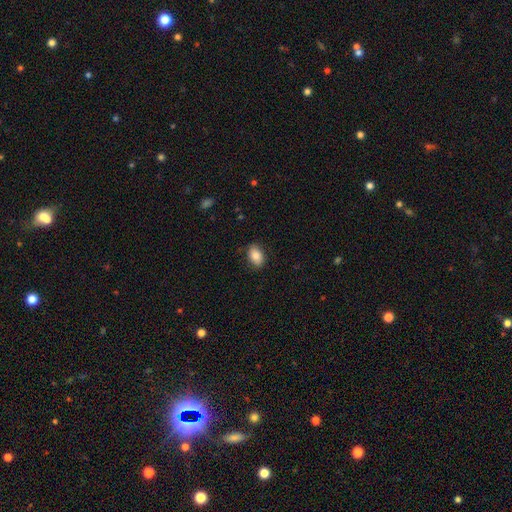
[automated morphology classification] A smooth galaxy with no disk features (84%) that is in between round and cigar-shaped (87%). Merging: none (86%).